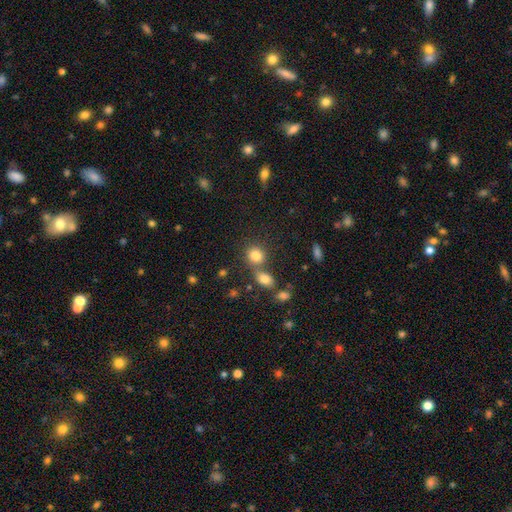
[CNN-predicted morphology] Smooth or featured? smooth (81%)
How rounded? round (75%)
Merging? none (55%)